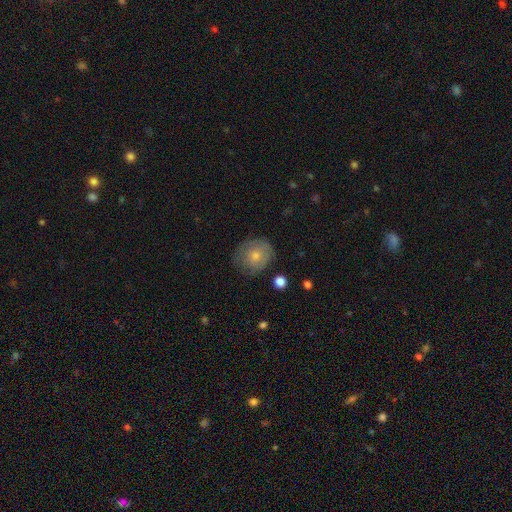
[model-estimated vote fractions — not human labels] smooth 62%, featured or disk 29%, star or artifact 9%. Down the decision tree: how rounded — round (81%); merging — none (75%).